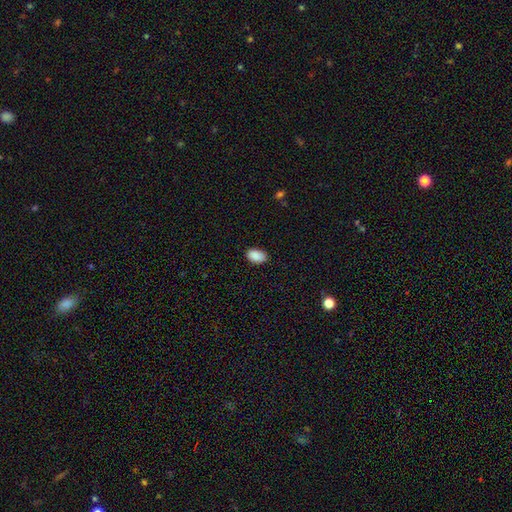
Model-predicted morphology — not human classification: Smooth or featured?
  - smooth: 90% *
  - star or artifact: 7%
  - featured or disk: 3%
How rounded?
  - in between: 92% *
  - round: 6%
  - cigar-shaped: 1%
Merging?
  - none: 85% *
  - minor disturbance: 12%
  - major disturbance: 2%
  - merger: 1%